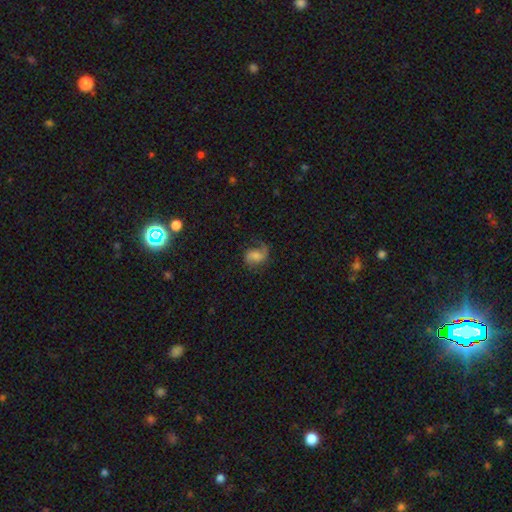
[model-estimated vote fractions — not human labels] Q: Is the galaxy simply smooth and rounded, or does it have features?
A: featured or disk — 63%.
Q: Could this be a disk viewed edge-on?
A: no — 98%.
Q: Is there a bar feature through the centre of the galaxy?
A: no — 46%.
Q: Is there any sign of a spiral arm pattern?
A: yes — 93%.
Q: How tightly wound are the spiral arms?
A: loose — 51%.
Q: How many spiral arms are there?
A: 2 — 69%.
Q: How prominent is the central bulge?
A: moderate — 29%, tied with small.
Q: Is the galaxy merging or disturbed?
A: none — 57%.